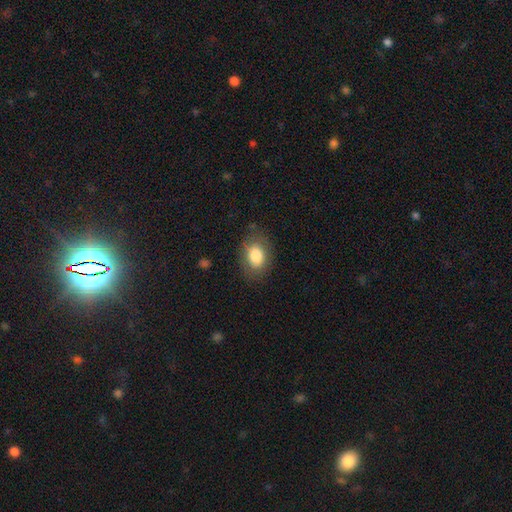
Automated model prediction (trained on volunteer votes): A smooth galaxy with no disk features (81%) that is in between round and cigar-shaped (76%).

Vote fractions:
- Smooth or featured? smooth: 81% / featured or disk: 11% / star or artifact: 8%
- How rounded? in between: 76% / round: 23% / cigar-shaped: 1%
- Merging? none: 80% / minor disturbance: 14% / major disturbance: 5% / merger: 1%